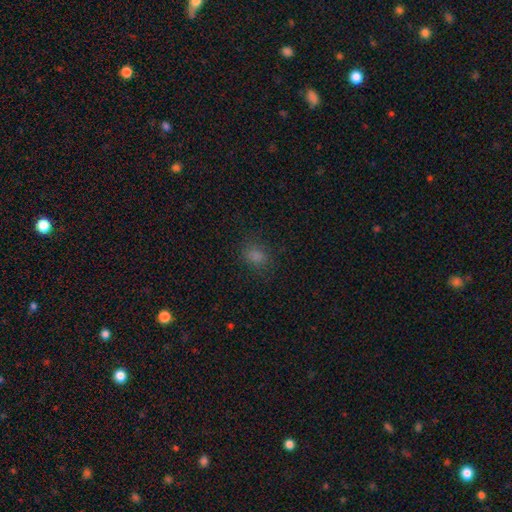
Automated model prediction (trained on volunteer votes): A smooth galaxy with no disk features (74%) that is round (50%).

Vote fractions:
- Smooth or featured? smooth: 74% / star or artifact: 20% / featured or disk: 6%
- How rounded? round: 50% / in between: 49% / cigar-shaped: 2%
- Merging? none: 82% / minor disturbance: 12% / major disturbance: 4% / merger: 1%